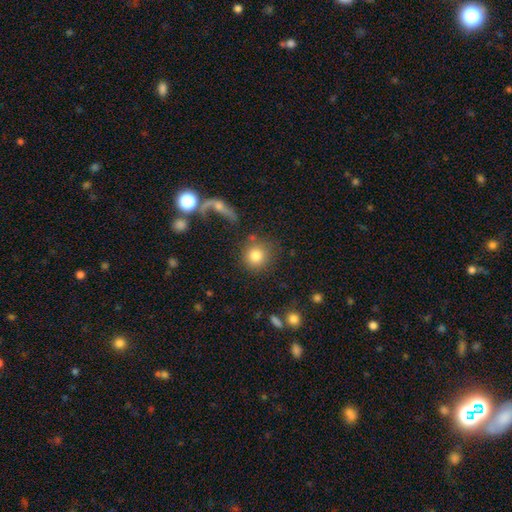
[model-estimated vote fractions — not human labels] Morphology: type=smooth (81%); roundness=round (90%); merging=none (74%).